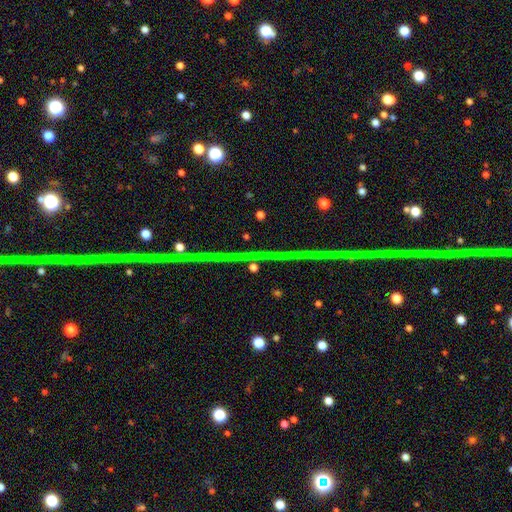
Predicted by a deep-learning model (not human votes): Morphology: type=star or artifact (80%).